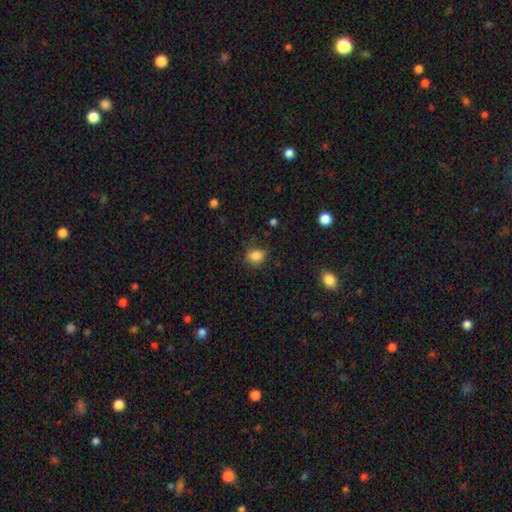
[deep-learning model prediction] Morphology: type=smooth (85%); roundness=in between (53%); merging=none (74%).